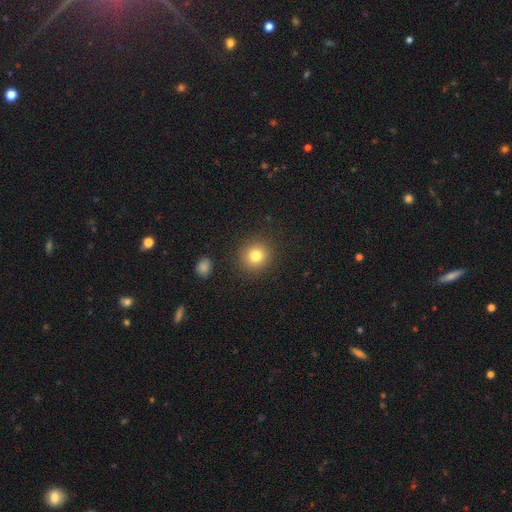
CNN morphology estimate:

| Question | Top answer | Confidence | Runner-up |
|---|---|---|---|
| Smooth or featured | smooth | 81% | star or artifact (11%) |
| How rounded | round | 89% | in between (10%) |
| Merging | none | 90% | minor disturbance (6%) |